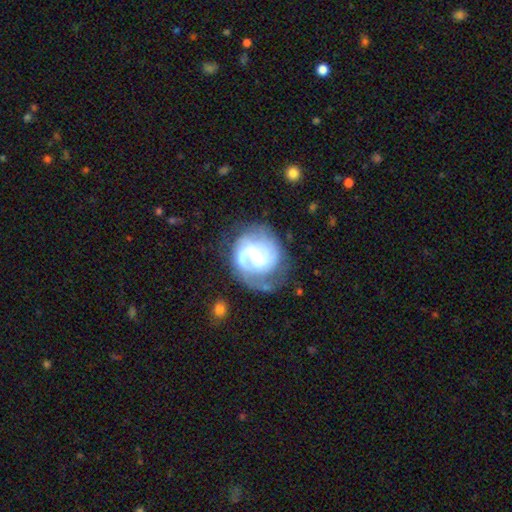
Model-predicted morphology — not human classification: The model was most divided on "spiral winding": medium: 42%, tight: 37%, loose: 21%. Remaining: edge-on disk — no (98%); spiral arms — yes (91%); smooth or featured — featured or disk (79%); merging — none (58%); spiral arm count — 2 (55%); bar — weak (53%); bulge size — small (50%).